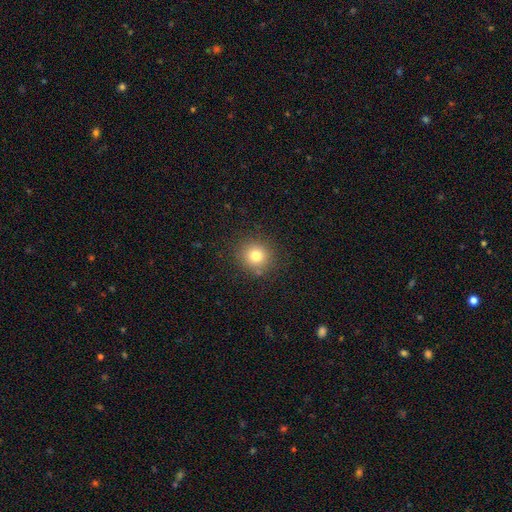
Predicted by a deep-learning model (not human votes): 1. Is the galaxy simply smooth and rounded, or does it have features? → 78% smooth, 14% star or artifact, 9% featured or disk.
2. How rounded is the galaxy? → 92% round, 7% in between, 1% cigar-shaped.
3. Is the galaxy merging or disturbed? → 86% none, 8% minor disturbance, 3% major disturbance, 2% merger.